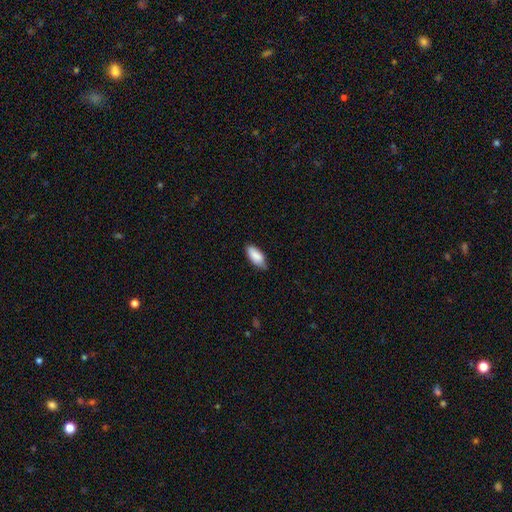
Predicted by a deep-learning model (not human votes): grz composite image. It shows a smooth galaxy with no disk features (88%) that is in between round and cigar-shaped (84%). Merging: none (75%).